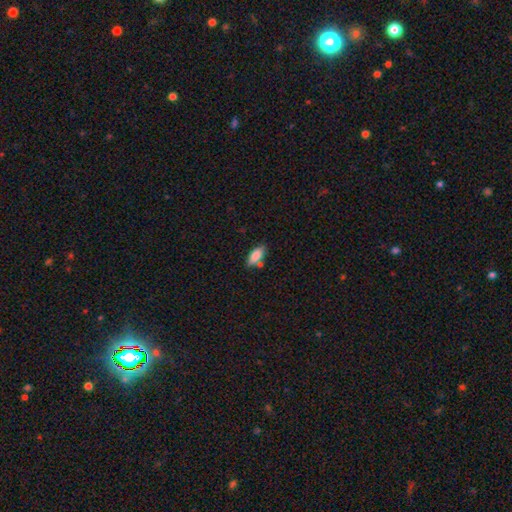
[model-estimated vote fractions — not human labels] smooth-or-featured: smooth: 85% | featured or disk: 8% | star or artifact: 7%
  how-rounded: in between: 82% | cigar-shaped: 16% | round: 2%
  merging: none: 71% | minor disturbance: 16% | merger: 11% | major disturbance: 3%